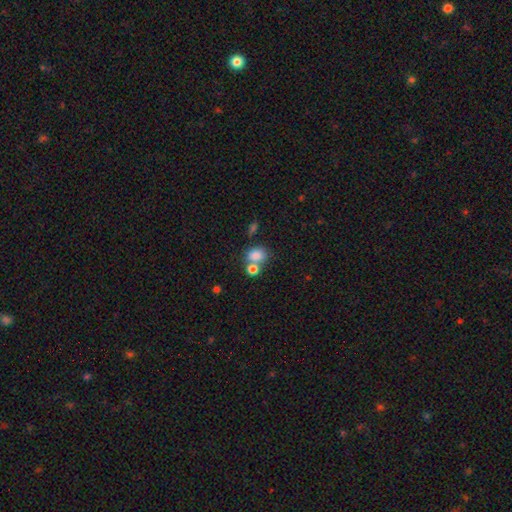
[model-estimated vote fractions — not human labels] Overall: smooth (81%). How rounded: in between (52%; round 47%). Merging: none (43%; merger 40%).